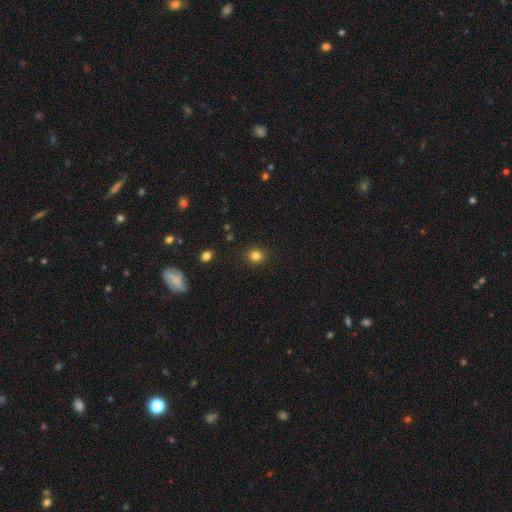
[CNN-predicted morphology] The model was most divided on "smooth or featured": smooth: 82%, star or artifact: 13%, featured or disk: 5%. More confident: merging — none (90%); how rounded — round (87%).